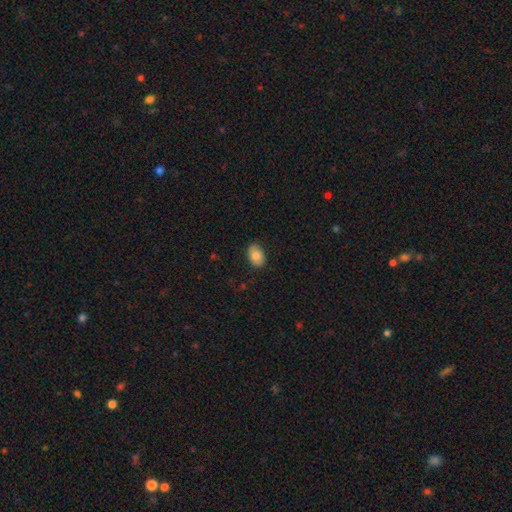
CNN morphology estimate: Smooth or featured? Predicted: smooth (p=0.81). How rounded? Predicted: in between (p=0.86). Merging? Predicted: none (p=0.87).